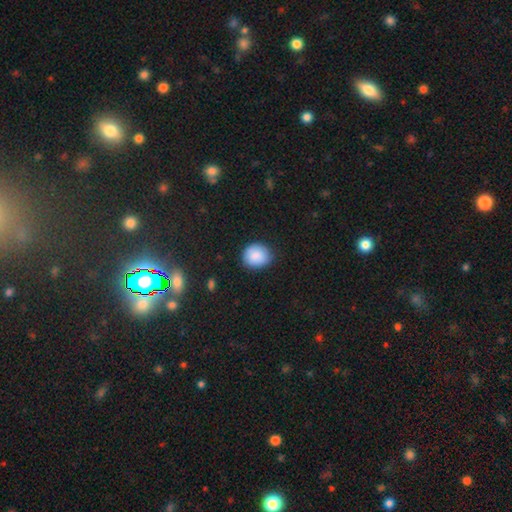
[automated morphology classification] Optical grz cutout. It shows a smooth galaxy with no disk features (87%) that is round (78%). Merging: none (82%).